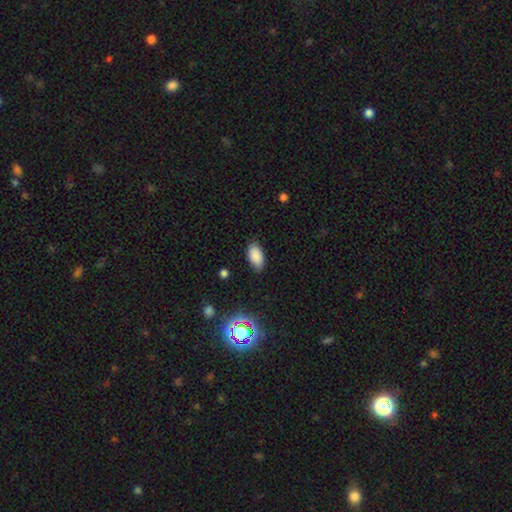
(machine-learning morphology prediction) This appears to be a smooth galaxy with no disk features (84%) that is in between round and cigar-shaped (93%). Merging: none (78%).